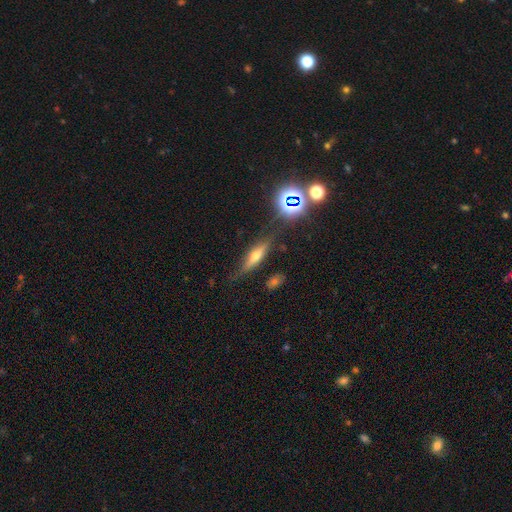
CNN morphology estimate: Overall: featured or disk (44%; smooth 40%). Merging: none (73%).